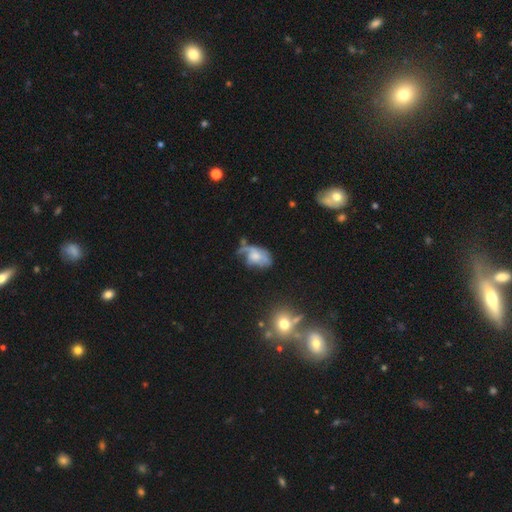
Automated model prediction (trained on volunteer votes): Overall: featured or disk (49%; smooth 41%). Merging: major disturbance (35%; none 29%).